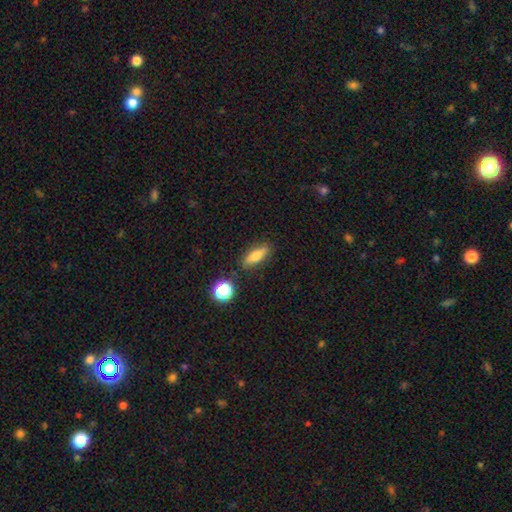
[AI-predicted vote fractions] This is likely a smooth galaxy (71%). How rounded: possibly in between (51%). Merging: clearly none (84%).